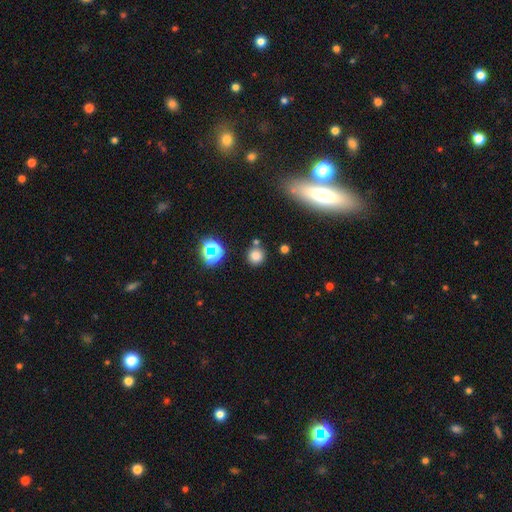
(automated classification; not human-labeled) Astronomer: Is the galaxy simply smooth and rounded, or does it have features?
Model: smooth — 75%.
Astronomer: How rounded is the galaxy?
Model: round — 92%.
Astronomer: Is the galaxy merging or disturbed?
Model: none — 79%.